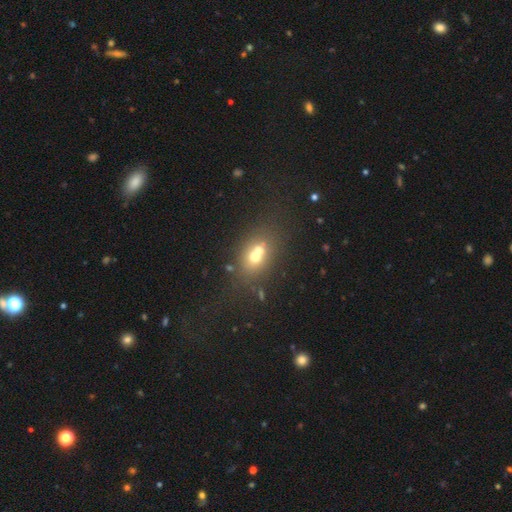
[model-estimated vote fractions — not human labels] This is possibly a smooth galaxy (60%). How rounded: possibly in between (53%). Merging: possibly merger (52%).